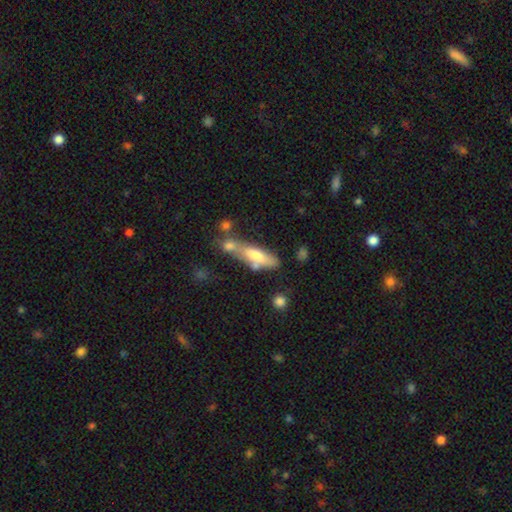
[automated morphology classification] Smooth or featured? smooth (61%)
How rounded? cigar-shaped (57%)
Merging? none (38%)